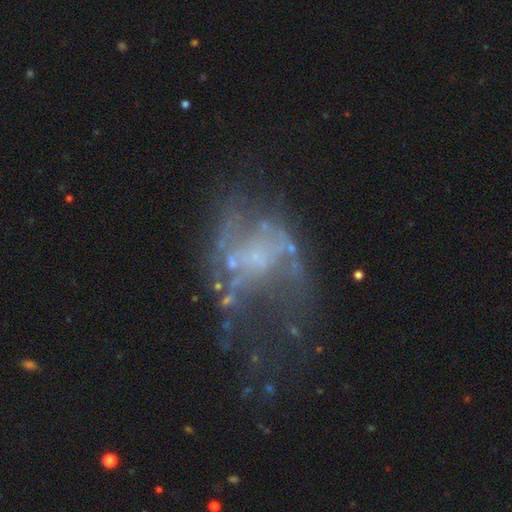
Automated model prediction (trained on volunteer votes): This appears to be a featured or disk galaxy (67%) with no bar (76%), no spiral arms (65%) and no central bulge (59%). Merging: major disturbance (44%).